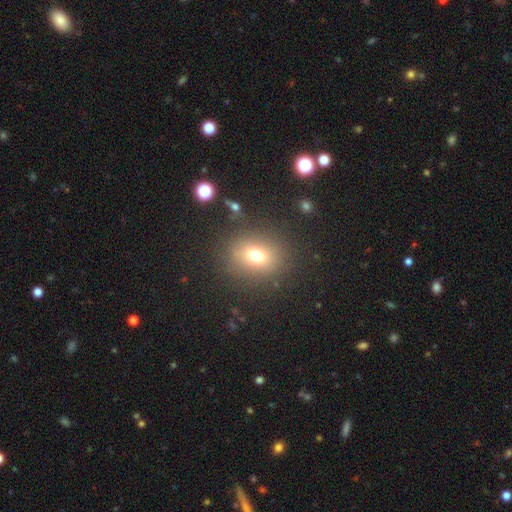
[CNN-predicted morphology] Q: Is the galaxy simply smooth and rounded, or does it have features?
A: smooth — 71%.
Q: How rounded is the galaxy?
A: round — 62%.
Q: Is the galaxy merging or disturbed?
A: none — 84%.